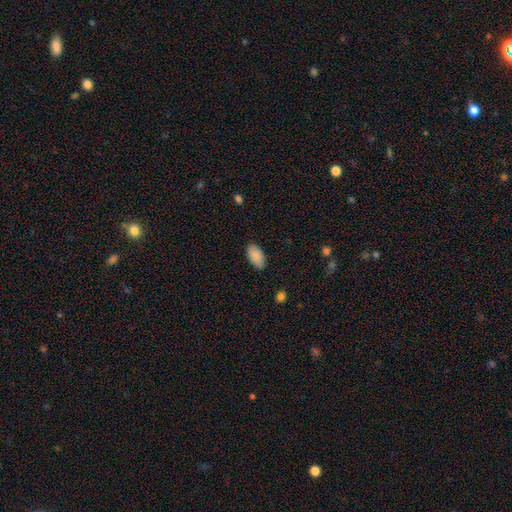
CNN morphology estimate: Smooth or featured: smooth — 89% (star or artifact — 7%)
How rounded: in between — 95% (round — 3%)
Merging: none — 85% (minor disturbance — 11%)